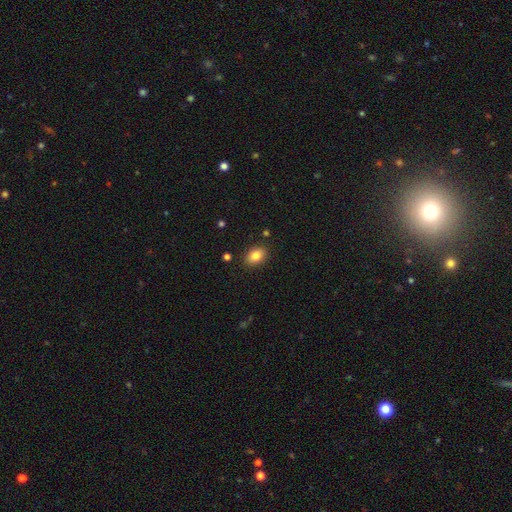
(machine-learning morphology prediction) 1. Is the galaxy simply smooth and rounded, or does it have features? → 83% smooth, 9% star or artifact, 8% featured or disk.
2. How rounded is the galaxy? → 82% in between, 16% round, 1% cigar-shaped.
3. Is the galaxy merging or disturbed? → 87% none, 9% minor disturbance, 2% major disturbance, 2% merger.